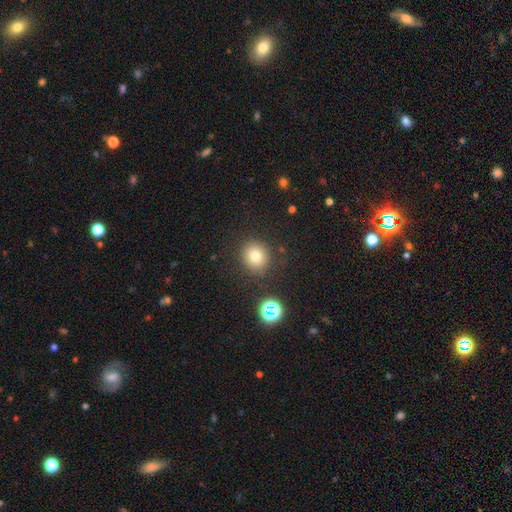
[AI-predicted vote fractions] Smooth or featured?
  - smooth: 75% *
  - star or artifact: 16%
  - featured or disk: 9%
How rounded?
  - round: 86% *
  - in between: 13%
  - cigar-shaped: 1%
Merging?
  - none: 83% *
  - minor disturbance: 10%
  - major disturbance: 4%
  - merger: 3%